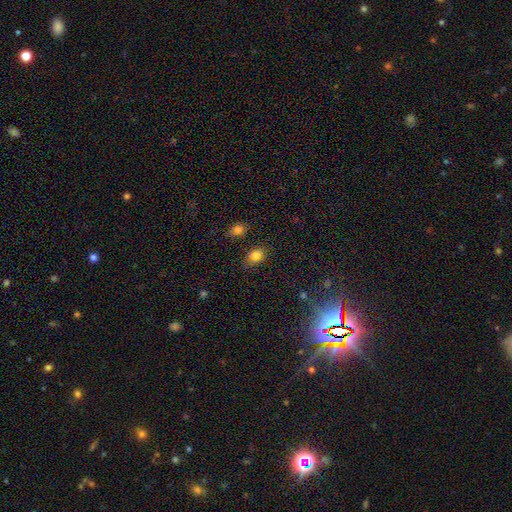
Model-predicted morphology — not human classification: A smooth galaxy with no disk features (80%) that is in between round and cigar-shaped (74%). Merging: none (73%).